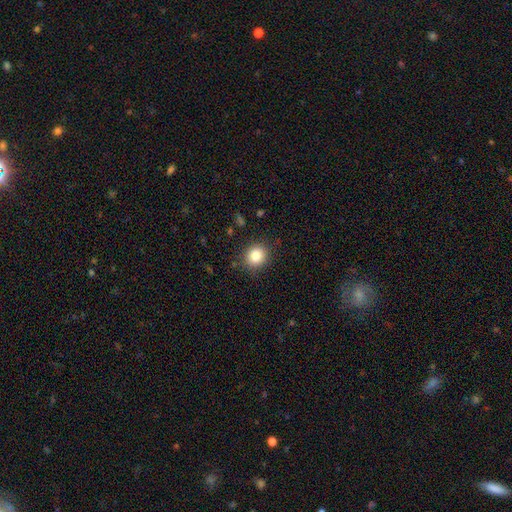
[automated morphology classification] Smooth or featured? Predicted: smooth (p=0.84). How rounded? Predicted: round (p=0.76). Merging? Predicted: none (p=0.87).